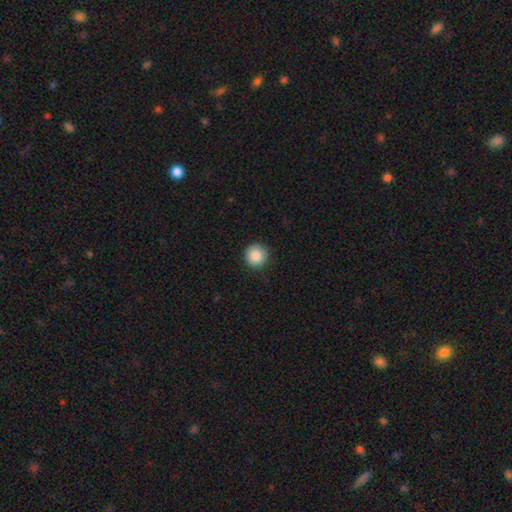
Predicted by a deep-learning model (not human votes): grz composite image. It shows a smooth galaxy with no disk features (88%) that is round (95%). Merging: none (90%).